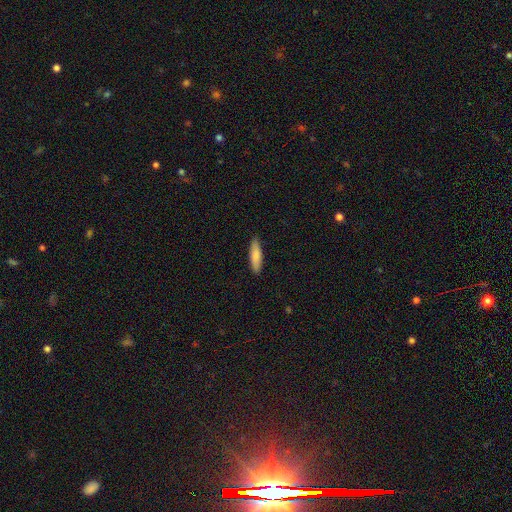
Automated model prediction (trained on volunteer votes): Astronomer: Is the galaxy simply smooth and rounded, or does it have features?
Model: smooth — 83%.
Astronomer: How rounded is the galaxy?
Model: cigar-shaped — 69%.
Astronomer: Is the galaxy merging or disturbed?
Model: none — 88%.